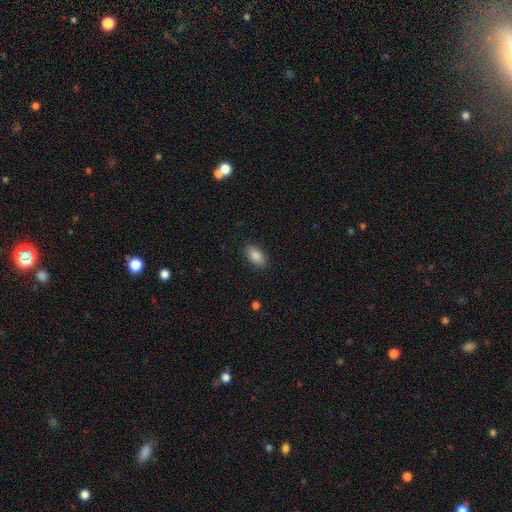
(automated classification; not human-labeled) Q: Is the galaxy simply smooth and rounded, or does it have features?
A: smooth — 89%.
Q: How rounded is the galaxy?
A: in between — 93%.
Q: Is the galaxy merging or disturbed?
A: none — 89%.